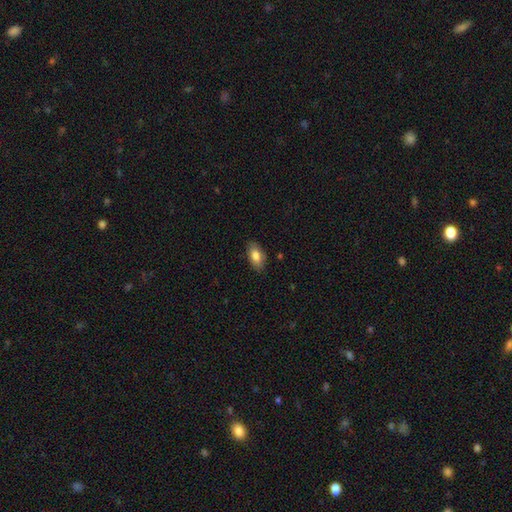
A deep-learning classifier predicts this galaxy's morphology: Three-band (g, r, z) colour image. It shows a smooth galaxy with no disk features (80%) that is in between round and cigar-shaped (92%). Merging: none (83%).